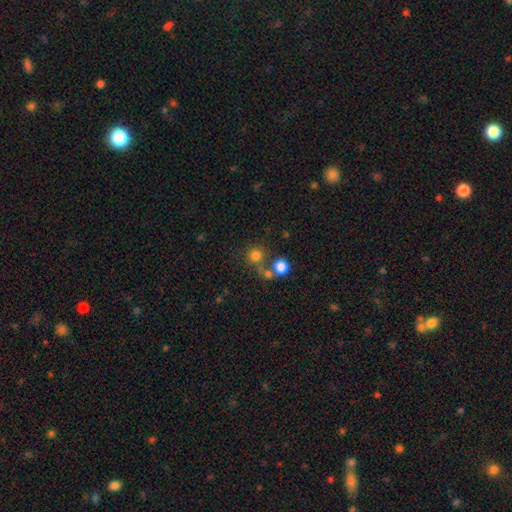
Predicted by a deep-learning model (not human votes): smooth_or_featured: smooth (p=0.76) [alt: star or artifact p=0.15]
how_rounded: round (p=0.91) [alt: in between p=0.08]
merging: none (p=0.60) [alt: merger p=0.26]